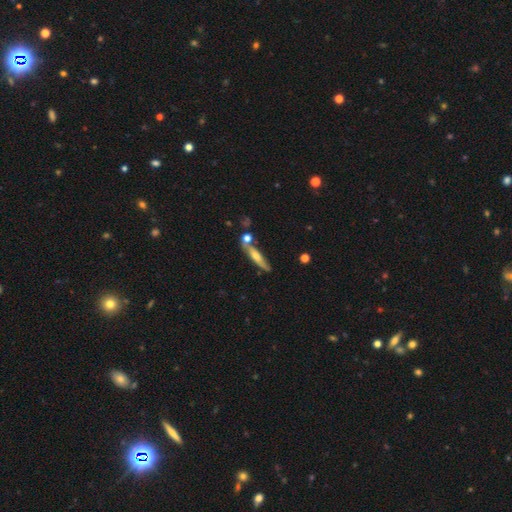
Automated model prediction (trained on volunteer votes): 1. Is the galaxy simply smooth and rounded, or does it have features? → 57% featured or disk, 35% smooth, 8% star or artifact.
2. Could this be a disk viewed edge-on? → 85% yes, 15% no.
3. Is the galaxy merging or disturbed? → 66% none, 16% minor disturbance, 14% merger, 5% major disturbance.